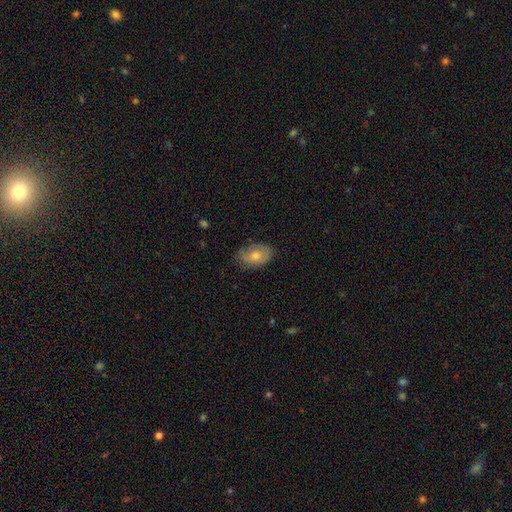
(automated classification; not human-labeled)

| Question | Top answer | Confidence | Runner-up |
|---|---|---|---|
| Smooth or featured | smooth | 66% | featured or disk (25%) |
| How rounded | in between | 89% | round (10%) |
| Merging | none | 79% | minor disturbance (17%) |